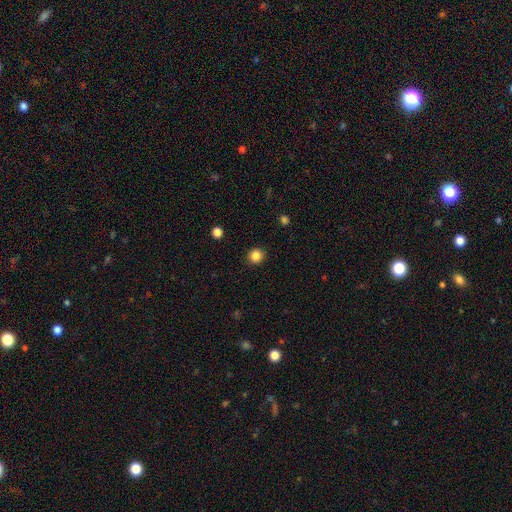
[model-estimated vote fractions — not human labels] Smooth or featured? Predicted: smooth (p=0.85). How rounded? Predicted: round (p=0.92). Merging? Predicted: none (p=0.92).